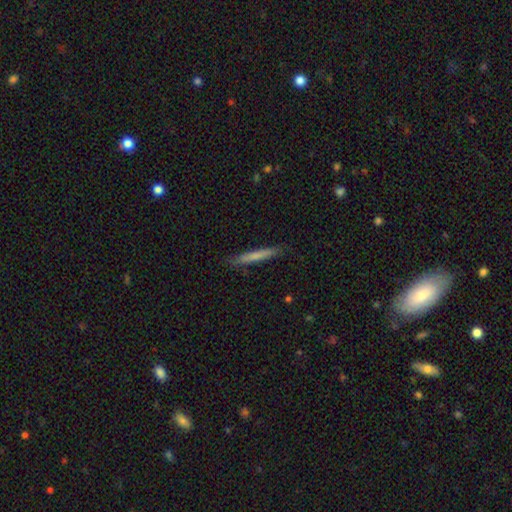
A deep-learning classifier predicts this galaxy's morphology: smooth 68%, featured or disk 26%, star or artifact 6%. Down the decision tree: how rounded — cigar-shaped (96%); merging — none (87%).